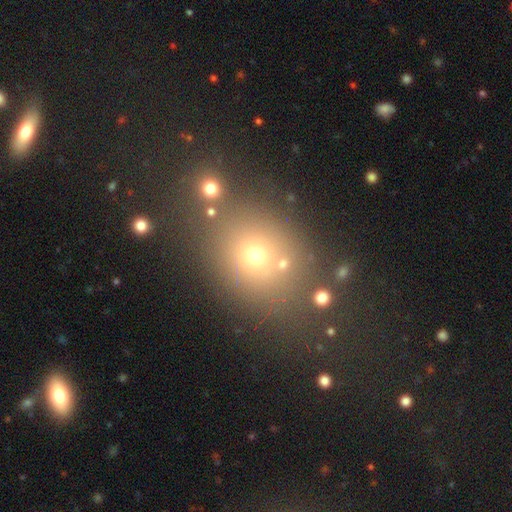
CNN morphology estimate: Smooth or featured: smooth — 66% (star or artifact — 21%)
How rounded: round — 56% (in between — 42%)
Merging: none — 70% (minor disturbance — 12%)